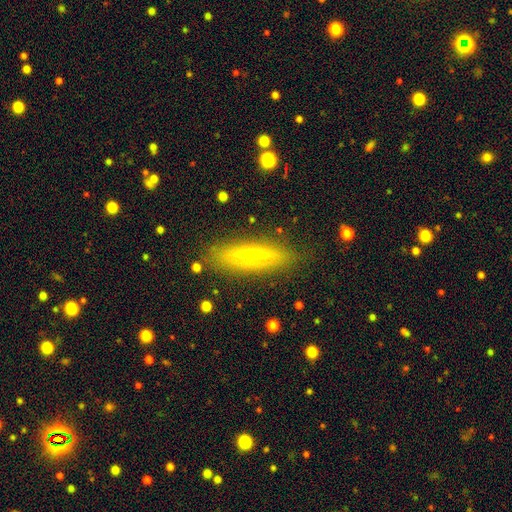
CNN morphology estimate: smooth-or-featured: featured or disk: 57% | smooth: 35% | star or artifact: 8%
  disk-edge-on: yes: 88% | no: 12%
    edge-on-bulge: rounded: 79% | none: 17% | boxy: 4%
  merging: none: 87% | minor disturbance: 9% | major disturbance: 3% | merger: 2%